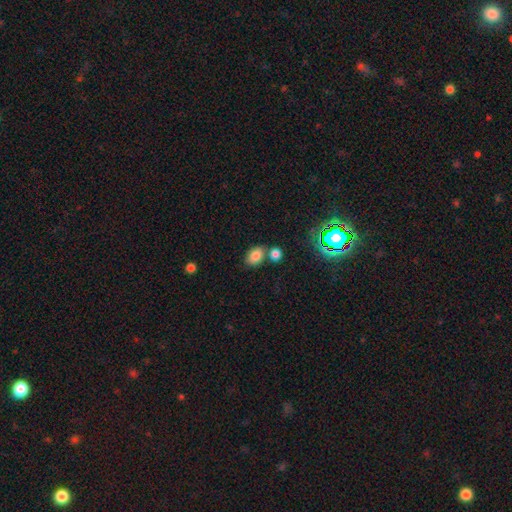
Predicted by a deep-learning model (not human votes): smooth-or-featured: smooth: 80% | star or artifact: 12% | featured or disk: 7%
  how-rounded: in between: 78% | round: 21% | cigar-shaped: 1%
  merging: none: 60% | merger: 24% | minor disturbance: 12% | major disturbance: 4%